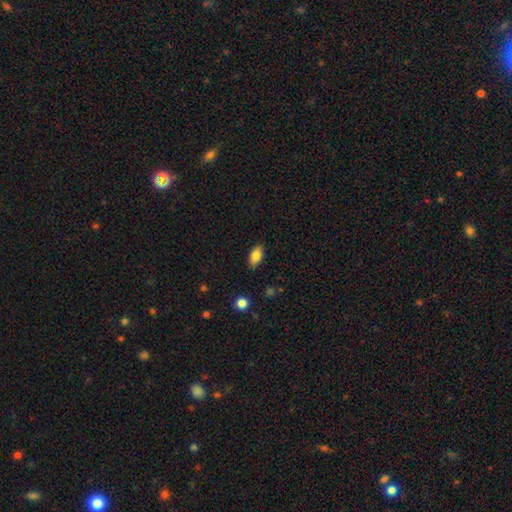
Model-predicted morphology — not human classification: Smooth or featured?
  - smooth: 81% *
  - featured or disk: 11%
  - star or artifact: 8%
How rounded?
  - in between: 90% *
  - round: 6%
  - cigar-shaped: 4%
Merging?
  - none: 85% *
  - minor disturbance: 11%
  - major disturbance: 2%
  - merger: 1%